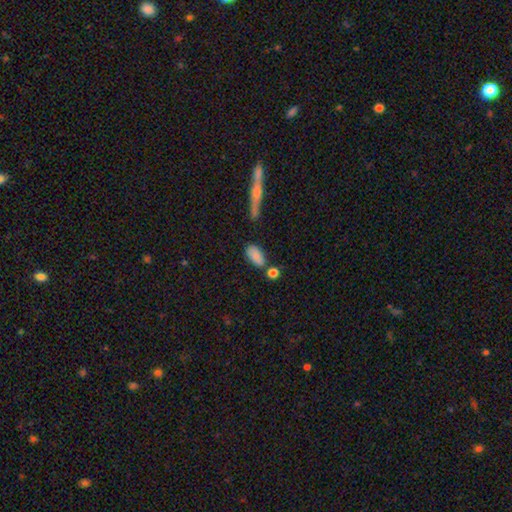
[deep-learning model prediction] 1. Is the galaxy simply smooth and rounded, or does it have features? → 84% smooth, 9% star or artifact, 7% featured or disk.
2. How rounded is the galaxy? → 89% in between, 7% cigar-shaped, 4% round.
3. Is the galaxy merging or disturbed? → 66% none, 17% minor disturbance, 13% merger, 5% major disturbance.